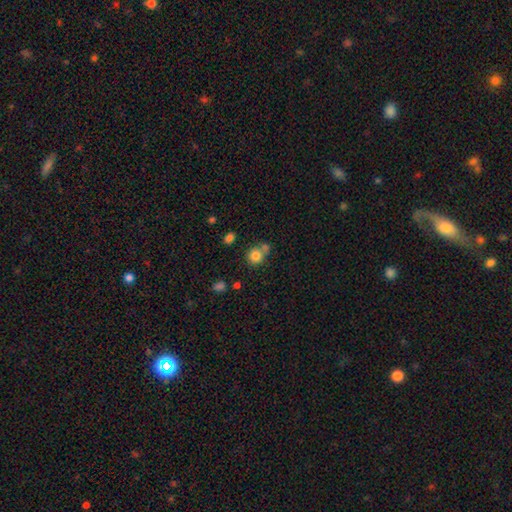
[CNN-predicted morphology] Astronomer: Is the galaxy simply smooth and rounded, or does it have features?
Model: smooth — 80%.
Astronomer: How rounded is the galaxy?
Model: round — 83%.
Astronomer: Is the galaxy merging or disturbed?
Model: none — 53% (runner-up: merger, 30%).